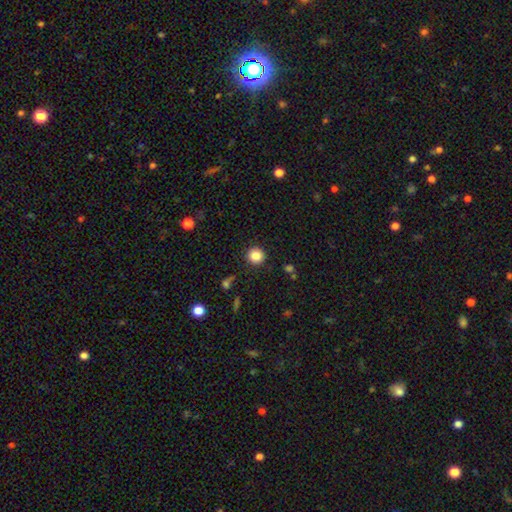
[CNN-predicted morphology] This is clearly a smooth galaxy (85%). How rounded: clearly round (94%). Merging: clearly none (91%).